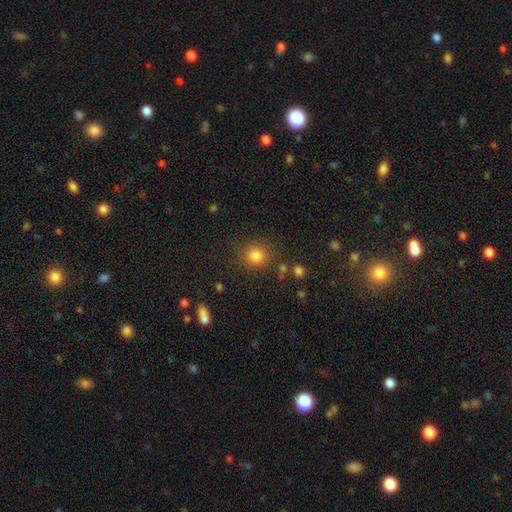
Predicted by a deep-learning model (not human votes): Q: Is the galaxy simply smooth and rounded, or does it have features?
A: smooth — 82%.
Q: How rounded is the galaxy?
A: round — 88%.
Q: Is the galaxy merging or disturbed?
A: none — 83%.